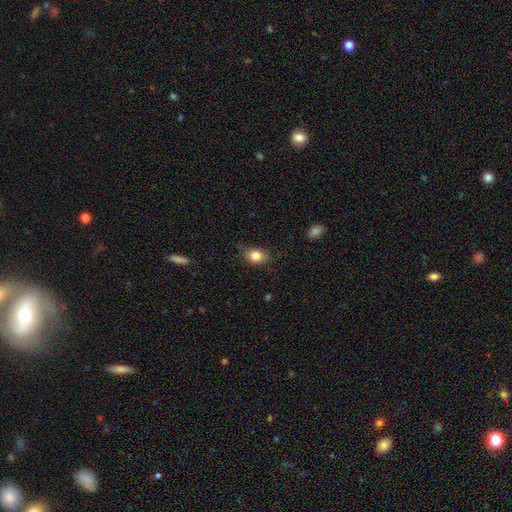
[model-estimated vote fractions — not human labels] Smooth or featured?
  - smooth: 83% *
  - star or artifact: 9%
  - featured or disk: 8%
How rounded?
  - in between: 67% *
  - round: 32%
  - cigar-shaped: 1%
Merging?
  - none: 71% *
  - minor disturbance: 23%
  - major disturbance: 5%
  - merger: 1%